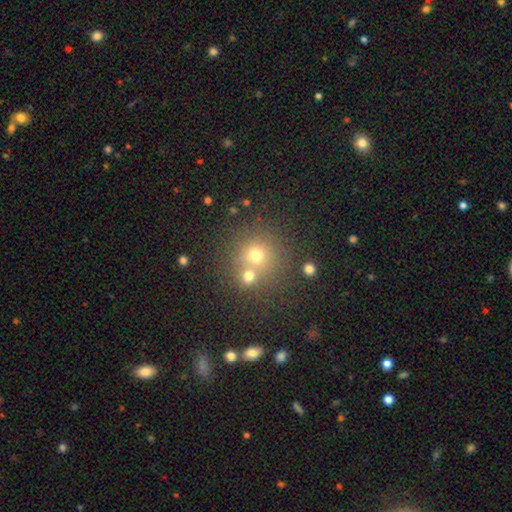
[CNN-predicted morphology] smooth 66%, star or artifact 21%, featured or disk 13%. Down the decision tree: how rounded — round (91%); merging — none (62%).